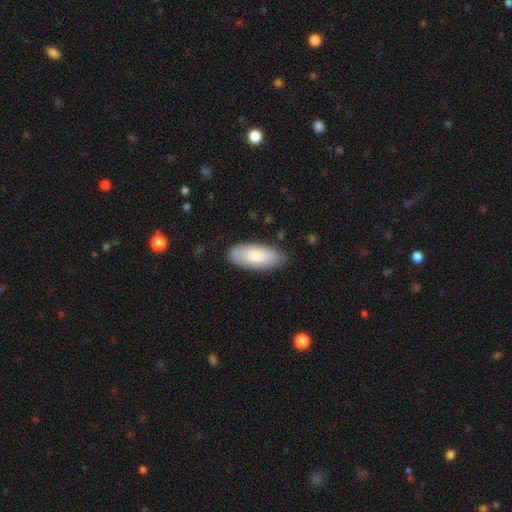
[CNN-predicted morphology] This appears to be a smooth galaxy with no disk features (82%) that is in between round and cigar-shaped (87%). Merging: none (83%).